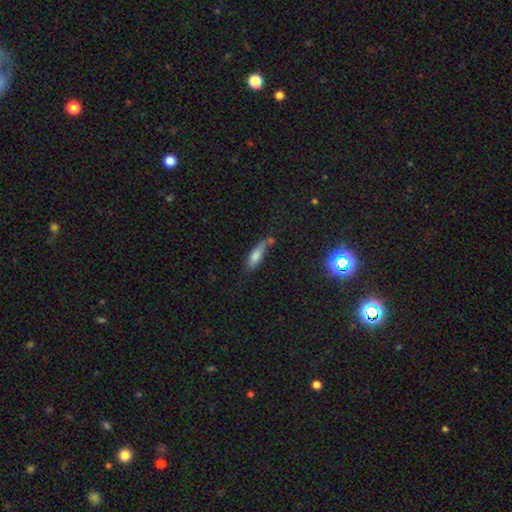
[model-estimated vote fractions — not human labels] Smooth or featured? smooth (65%)
How rounded? cigar-shaped (54%)
Merging? none (57%)